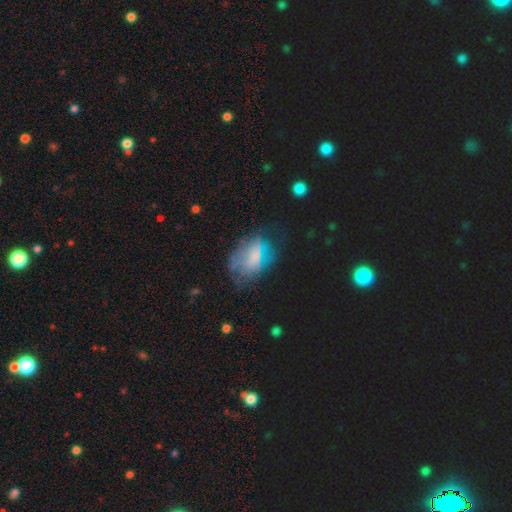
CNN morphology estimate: A smooth galaxy with no disk features (44%). Merging: none (45%).